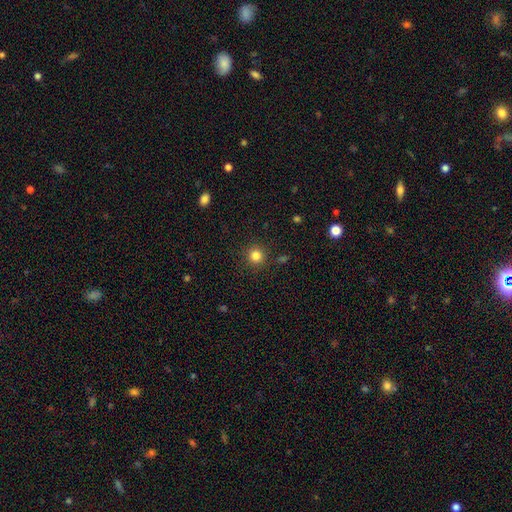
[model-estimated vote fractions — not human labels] smooth-or-featured: smooth: 83% | star or artifact: 13% | featured or disk: 5%
  how-rounded: round: 94% | in between: 5% | cigar-shaped: 1%
  merging: none: 89% | minor disturbance: 6% | major disturbance: 2% | merger: 2%